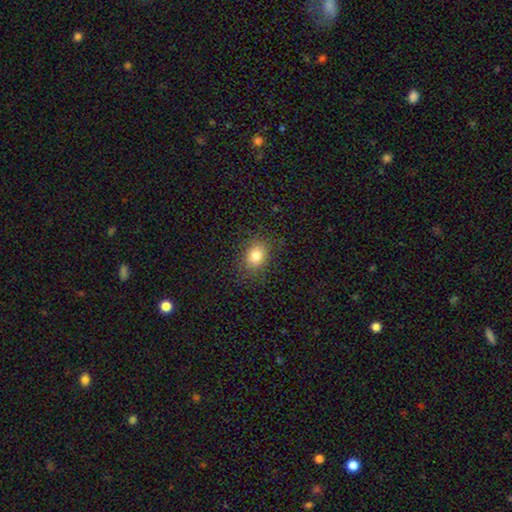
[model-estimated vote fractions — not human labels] This appears to be a smooth galaxy with no disk features (80%) that is in between round and cigar-shaped (51%). Merging: none (83%).